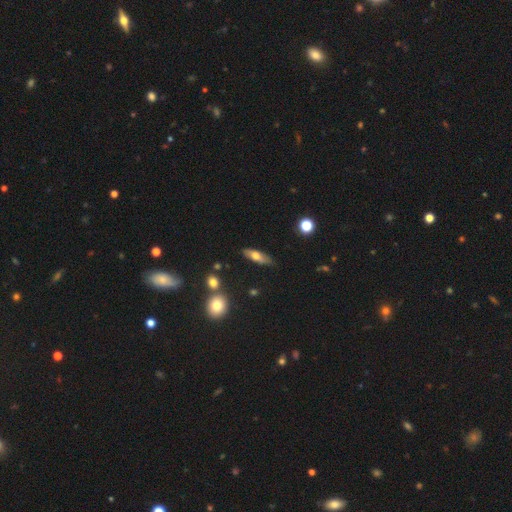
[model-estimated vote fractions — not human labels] Smooth or featured? Predicted: smooth (p=0.59). How rounded? Predicted: in between (p=0.51). Merging? Predicted: none (p=0.79).